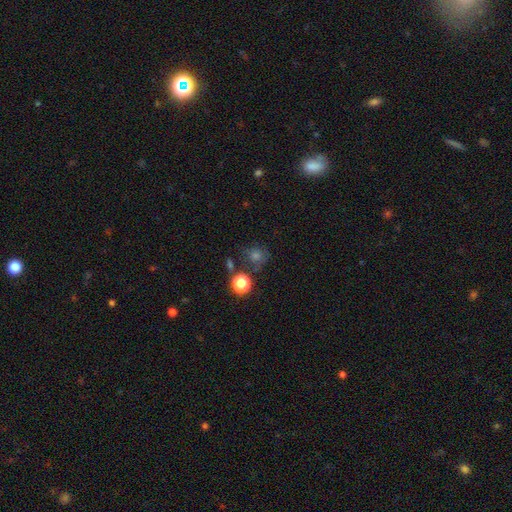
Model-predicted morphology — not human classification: A smooth galaxy with no disk features (61%) that is round (85%). Merging: none (72%).